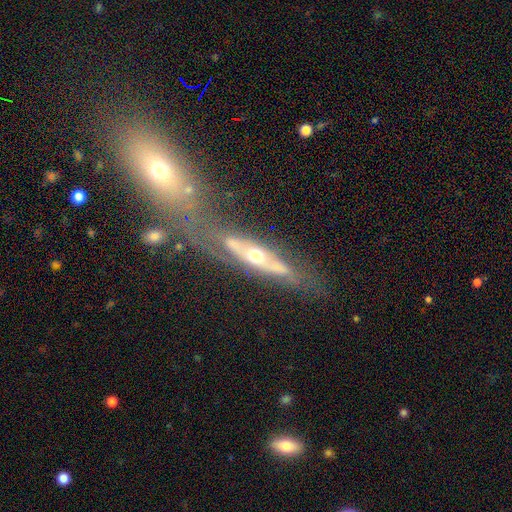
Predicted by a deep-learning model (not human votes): Smooth or featured? featured or disk (69%)
Edge-on disk? yes (58%)
Merging? merger (39%)